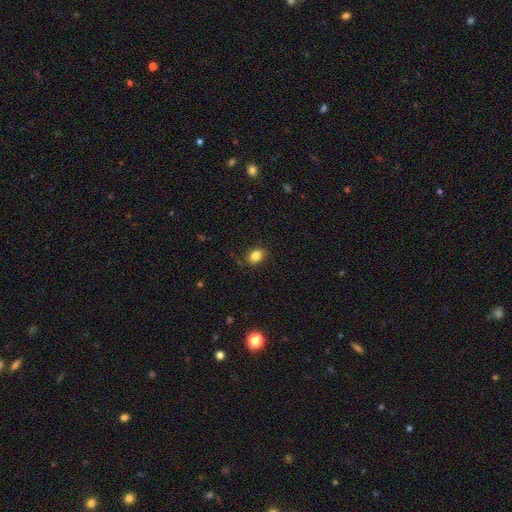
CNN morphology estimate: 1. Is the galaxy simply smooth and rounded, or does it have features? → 83% smooth, 10% star or artifact, 6% featured or disk.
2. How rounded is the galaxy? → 64% in between, 35% round, 1% cigar-shaped.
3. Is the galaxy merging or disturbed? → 85% none, 11% minor disturbance, 3% major disturbance, 1% merger.